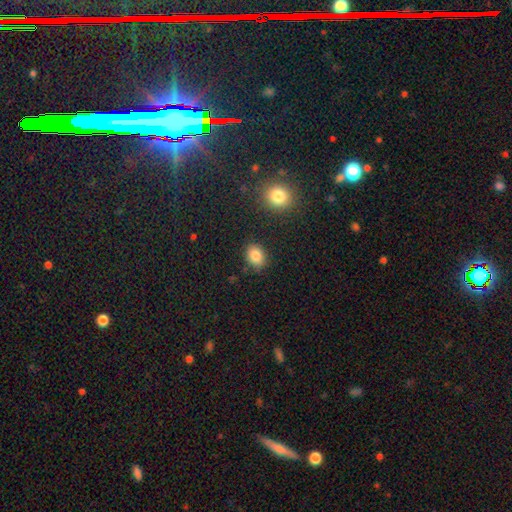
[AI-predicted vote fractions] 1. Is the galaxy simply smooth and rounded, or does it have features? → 84% smooth, 9% star or artifact, 6% featured or disk.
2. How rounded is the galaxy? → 62% in between, 37% round, 1% cigar-shaped.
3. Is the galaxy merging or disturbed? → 85% none, 10% minor disturbance, 3% major disturbance, 3% merger.